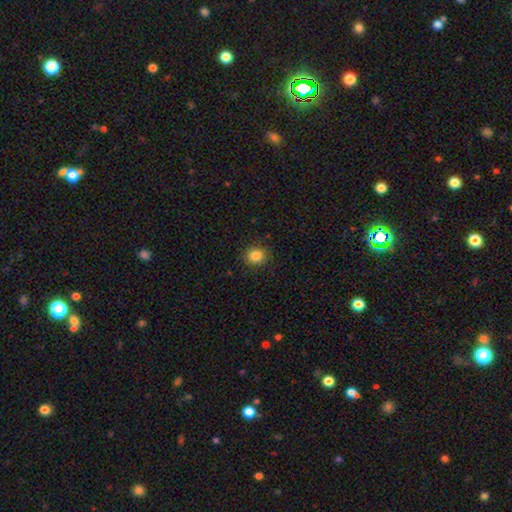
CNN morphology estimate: smooth-or-featured: smooth: 84% | star or artifact: 11% | featured or disk: 5%
  how-rounded: round: 86% | in between: 13% | cigar-shaped: 1%
  merging: none: 90% | minor disturbance: 7% | major disturbance: 2% | merger: 1%